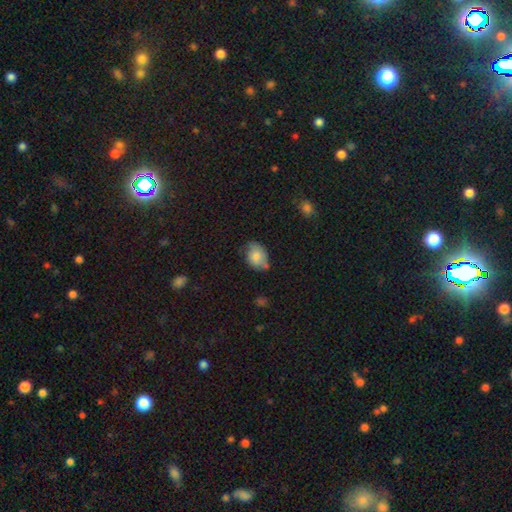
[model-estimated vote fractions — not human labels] Q: Smooth or featured?
A: smooth (81%); runner-up: featured or disk (12%)
Q: How rounded?
A: in between (72%); runner-up: round (27%)
Q: Merging?
A: none (58%); runner-up: minor disturbance (30%)